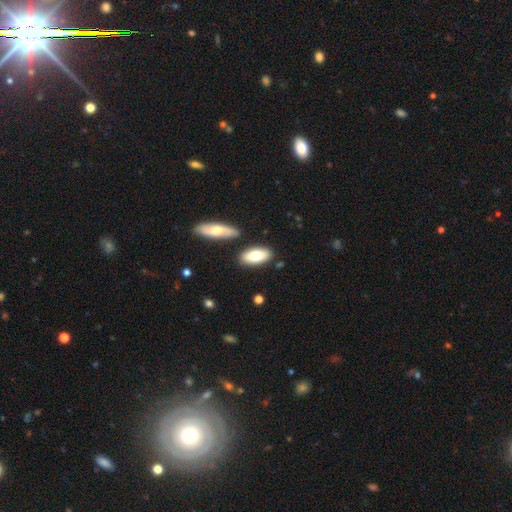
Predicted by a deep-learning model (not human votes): This is likely a smooth galaxy (72%). How rounded: clearly in between (90%). Merging: clearly none (81%).